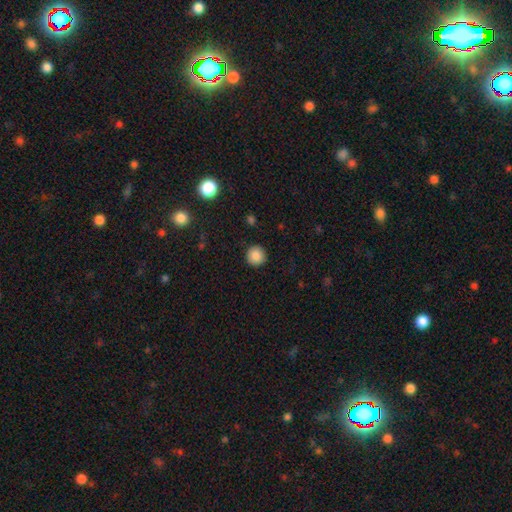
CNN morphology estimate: type=smooth (86%); roundness=round (95%); merging=none (92%).